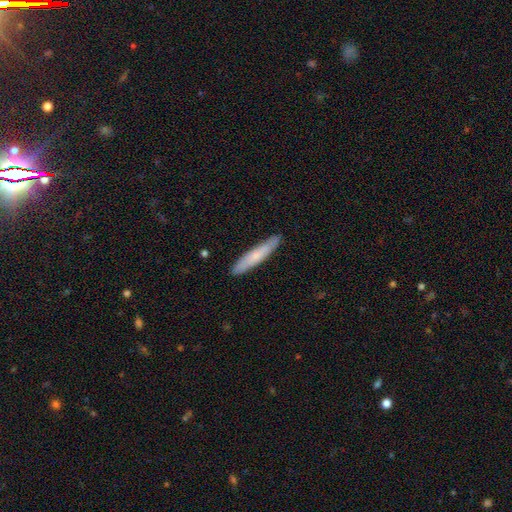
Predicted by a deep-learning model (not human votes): Smooth or featured? smooth (66%)
How rounded? cigar-shaped (92%)
Merging? none (89%)